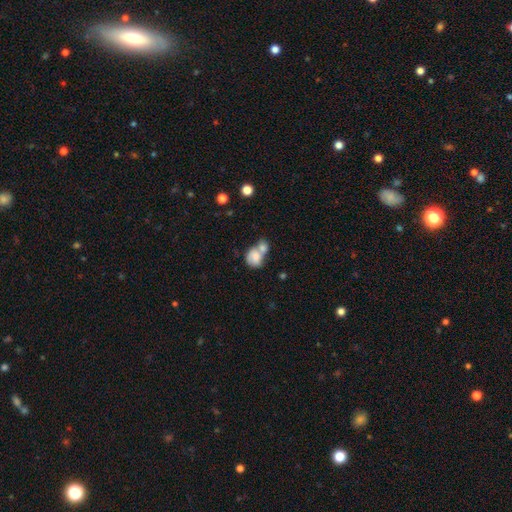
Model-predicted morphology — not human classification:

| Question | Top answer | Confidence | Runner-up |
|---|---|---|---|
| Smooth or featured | smooth | 74% | featured or disk (18%) |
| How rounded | in between | 51% | round (47%) |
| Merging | merger | 69% | none (18%) |